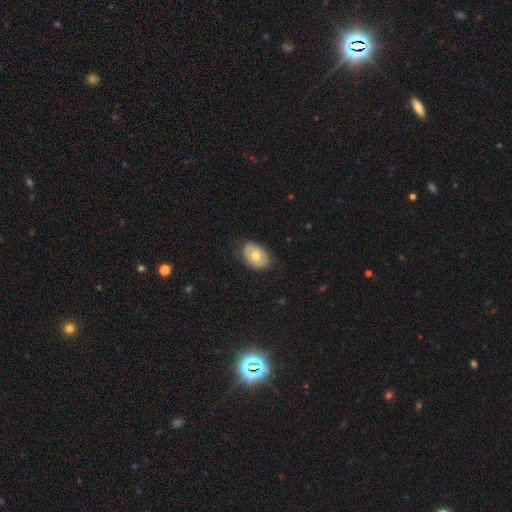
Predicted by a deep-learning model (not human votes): The model was most divided on "smooth or featured": smooth: 51%, featured or disk: 43%, star or artifact: 6%. More confident: how rounded — in between (79%); merging — none (78%).